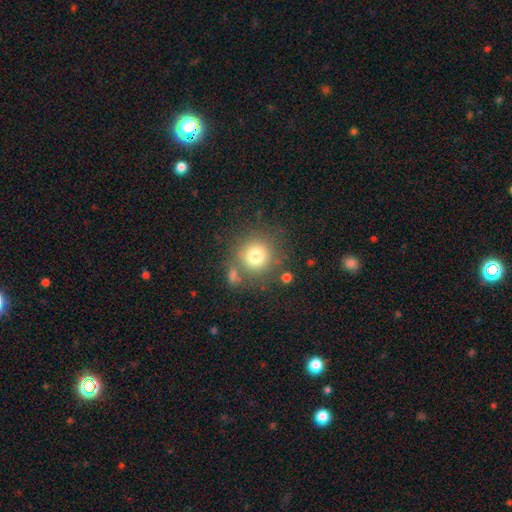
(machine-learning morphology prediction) smooth-or-featured: smooth: 76% | star or artifact: 12% | featured or disk: 12%
  how-rounded: round: 92% | in between: 7% | cigar-shaped: 1%
  merging: none: 72% | minor disturbance: 12% | merger: 10% | major disturbance: 6%